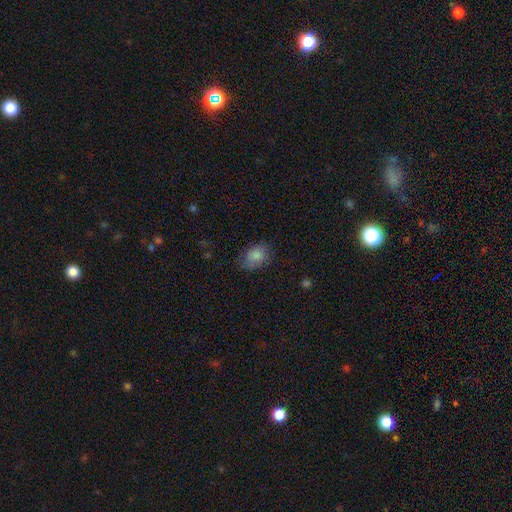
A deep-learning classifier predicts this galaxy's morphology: This appears to be a smooth galaxy with no disk features (84%) that is in between round and cigar-shaped (76%). Merging: none (74%).